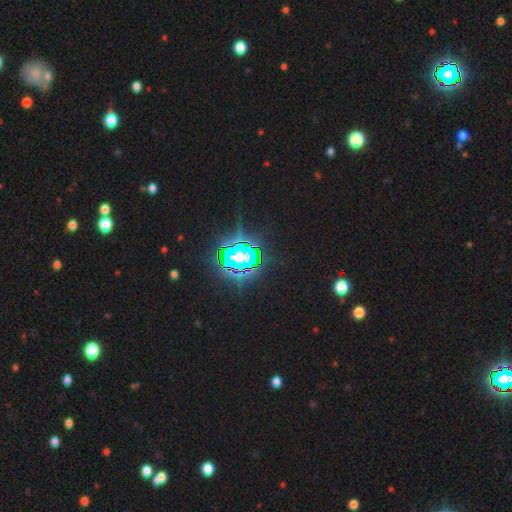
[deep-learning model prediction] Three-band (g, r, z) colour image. It shows a star or artifact, not a galaxy (85%).